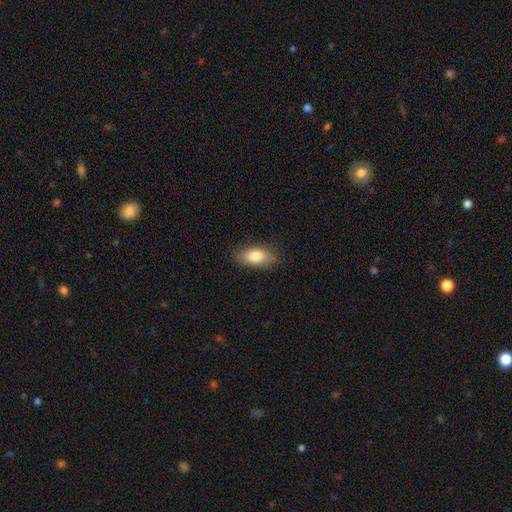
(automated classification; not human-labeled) A smooth galaxy with no disk features (81%) that is in between round and cigar-shaped (88%). Merging: none (81%).